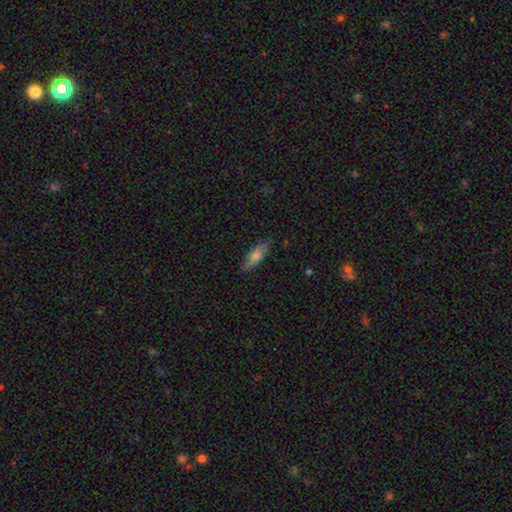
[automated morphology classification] Overall: smooth (71%). How rounded: in between (57%; cigar-shaped 41%). Merging: none (83%).